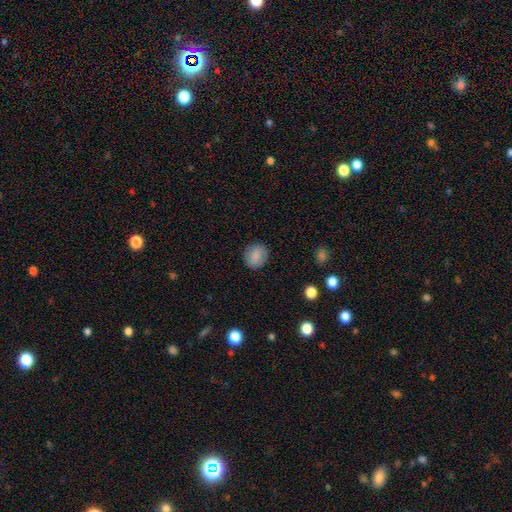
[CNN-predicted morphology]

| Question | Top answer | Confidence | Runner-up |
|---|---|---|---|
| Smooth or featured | smooth | 84% | star or artifact (8%) |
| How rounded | round | 79% | in between (20%) |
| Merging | none | 88% | minor disturbance (9%) |